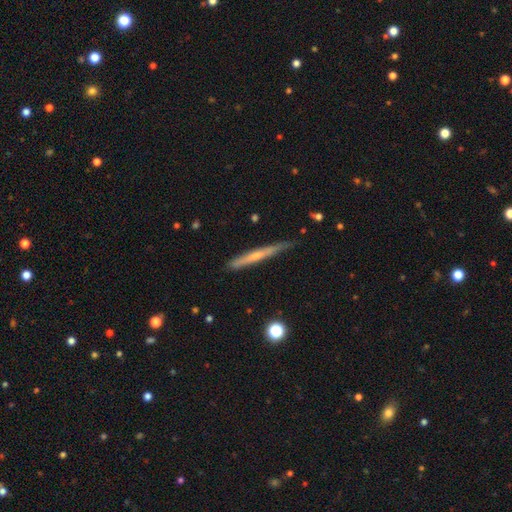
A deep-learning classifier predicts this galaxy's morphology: Smooth or featured? Predicted: featured or disk (p=0.55). Edge-on disk? Predicted: yes (p=0.95). Edge-on bulge? Predicted: none (p=0.53). Merging? Predicted: none (p=0.80).